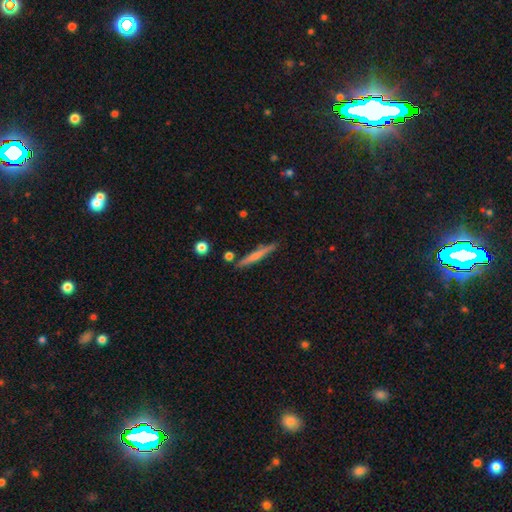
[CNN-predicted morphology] smooth-or-featured: smooth: 57% | featured or disk: 36% | star or artifact: 6%
  how-rounded: cigar-shaped: 95% | in between: 4% | round: 2%
  merging: none: 85% | minor disturbance: 10% | merger: 4% | major disturbance: 2%